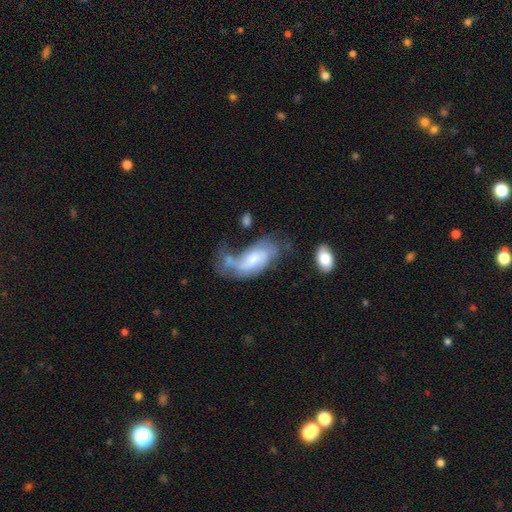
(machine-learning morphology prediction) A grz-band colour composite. It shows a featured or disk galaxy (53%). Merging: major disturbance (34%).